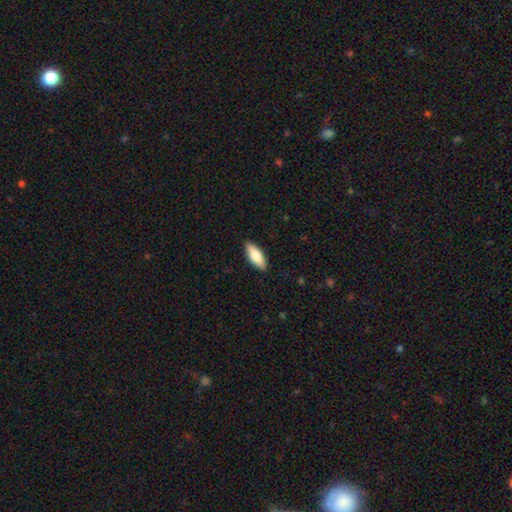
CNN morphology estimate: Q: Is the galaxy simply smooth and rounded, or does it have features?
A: smooth — 73%.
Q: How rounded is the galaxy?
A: in between — 68%.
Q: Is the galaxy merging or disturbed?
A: none — 89%.